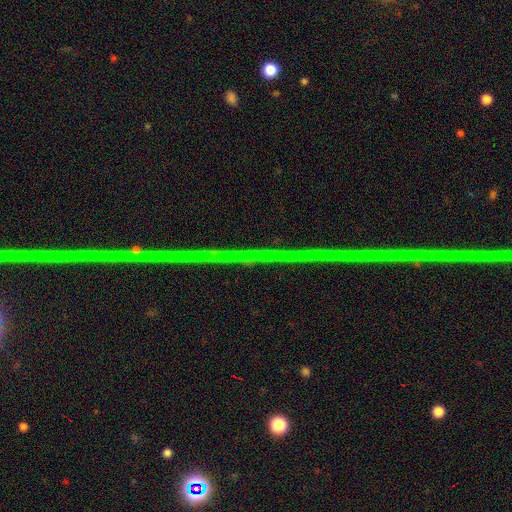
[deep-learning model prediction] The model was most divided on "smooth or featured": star or artifact: 81%, featured or disk: 13%, smooth: 6%.